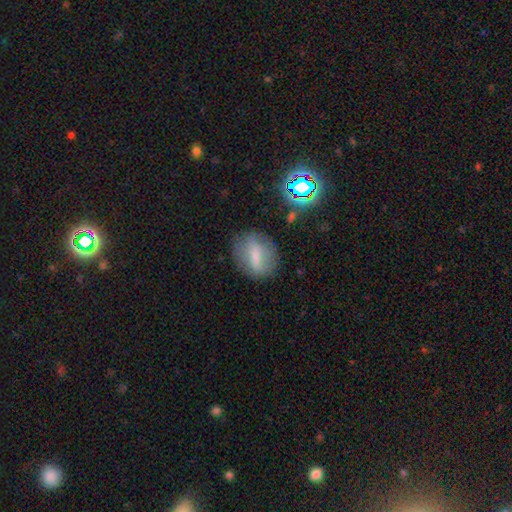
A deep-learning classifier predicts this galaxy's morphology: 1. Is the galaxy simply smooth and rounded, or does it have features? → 55% smooth, 31% featured or disk, 14% star or artifact.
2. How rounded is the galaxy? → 56% in between, 35% round, 9% cigar-shaped.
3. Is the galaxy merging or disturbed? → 73% none, 17% minor disturbance, 8% major disturbance, 2% merger.